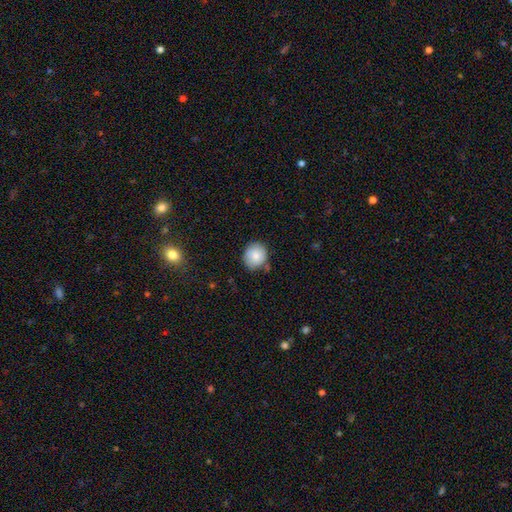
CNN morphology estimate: Smooth or featured? smooth (83%)
How rounded? round (84%)
Merging? none (76%)